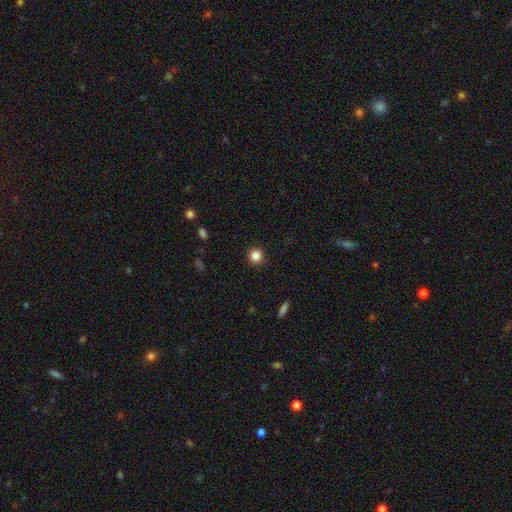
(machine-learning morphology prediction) Smooth or featured? smooth (84%)
How rounded? round (94%)
Merging? none (92%)